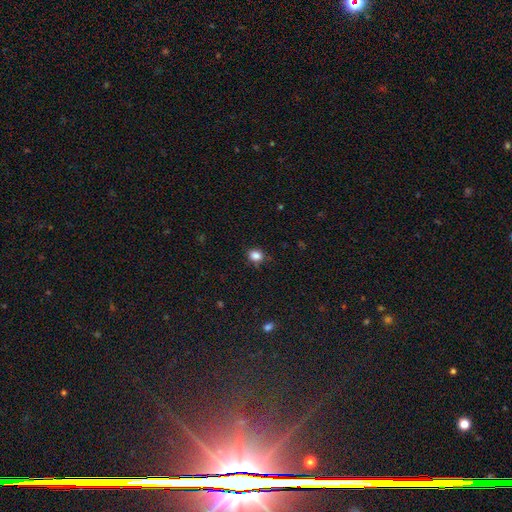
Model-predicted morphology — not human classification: Smooth or featured?
  - smooth: 85% *
  - star or artifact: 12%
  - featured or disk: 4%
How rounded?
  - round: 60% *
  - in between: 39%
  - cigar-shaped: 1%
Merging?
  - none: 81% *
  - minor disturbance: 14%
  - major disturbance: 3%
  - merger: 2%